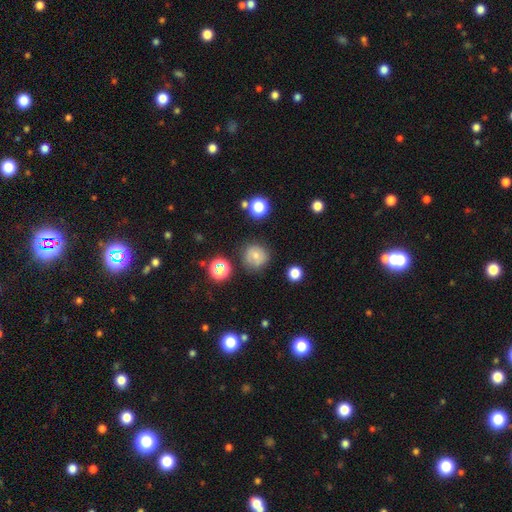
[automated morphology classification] Smooth or featured? smooth (66%)
How rounded? round (91%)
Merging? none (77%)